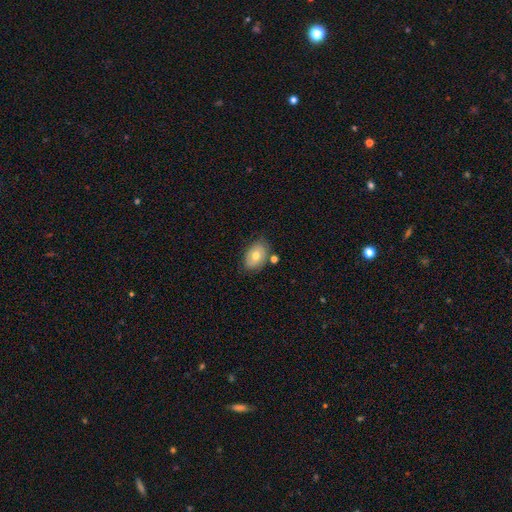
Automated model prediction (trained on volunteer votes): Smooth or featured: smooth — 65% (featured or disk — 26%)
How rounded: in between — 82% (round — 17%)
Merging: none — 69% (minor disturbance — 19%)